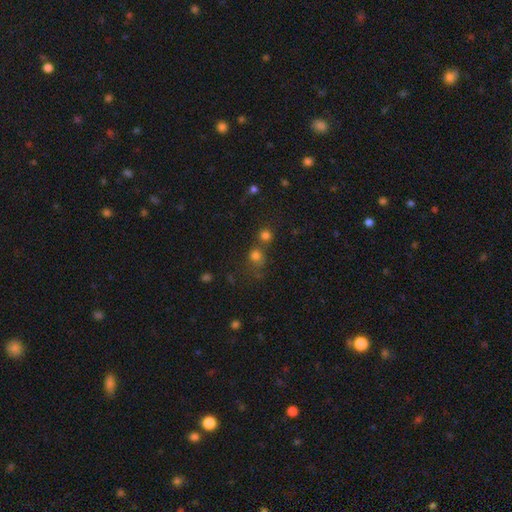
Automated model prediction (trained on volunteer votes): This is likely a smooth galaxy (72%). How rounded: likely round (80%). Merging: possibly none (49%).